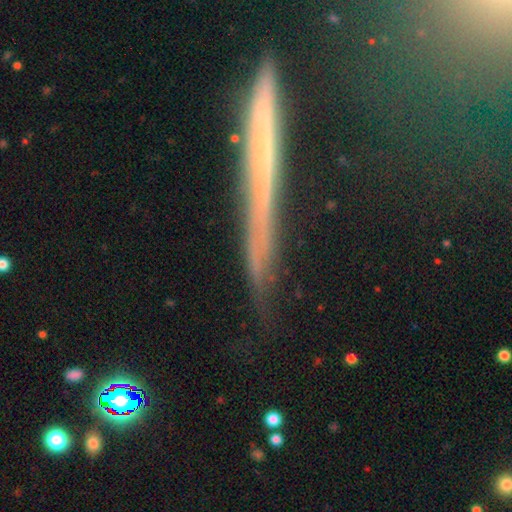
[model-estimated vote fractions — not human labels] Smooth or featured? Predicted: featured or disk (p=0.52). Edge-on disk? Predicted: yes (p=0.86). Merging? Predicted: none (p=0.72).